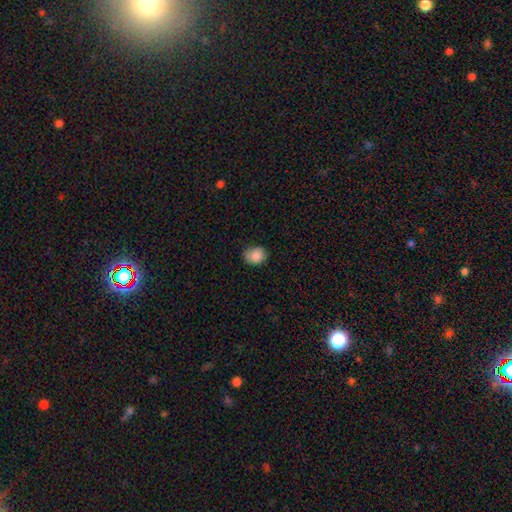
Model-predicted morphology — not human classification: smooth_or_featured: smooth (p=0.87) [alt: star or artifact p=0.09]
how_rounded: round (p=0.62) [alt: in between p=0.37]
merging: none (p=0.72) [alt: minor disturbance p=0.23]